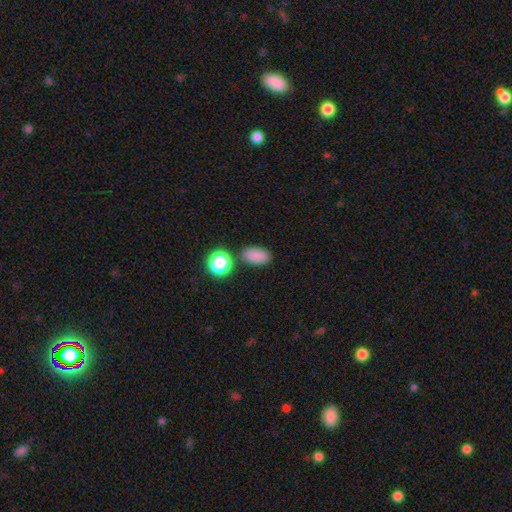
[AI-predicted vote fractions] A smooth galaxy with no disk features (83%) that is in between round and cigar-shaped (88%). Merging: none (79%).